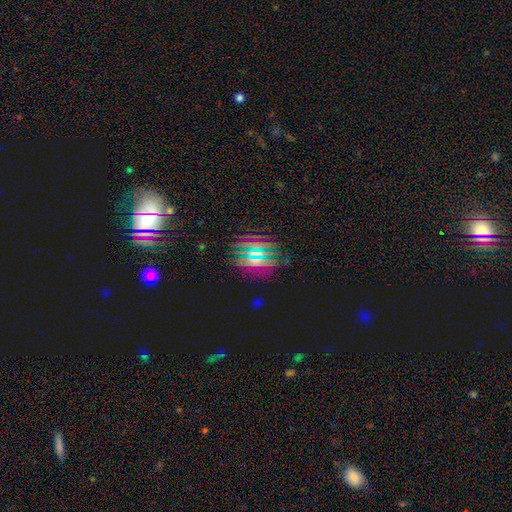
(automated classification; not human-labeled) Q: Smooth or featured?
A: star or artifact (46%); runner-up: smooth (32%)